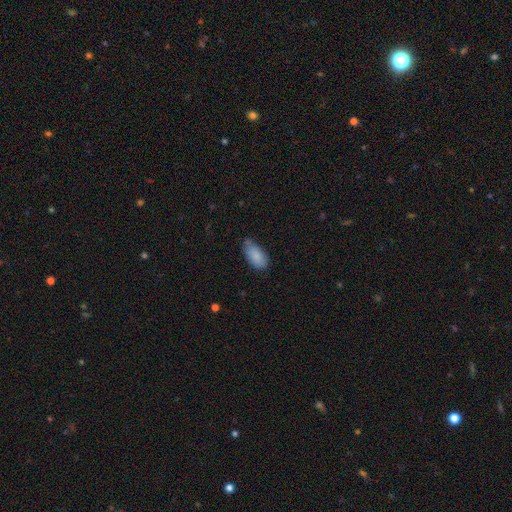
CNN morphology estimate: Smooth or featured: smooth — 87% (featured or disk — 7%)
How rounded: in between — 93% (cigar-shaped — 4%)
Merging: none — 63% (minor disturbance — 29%)